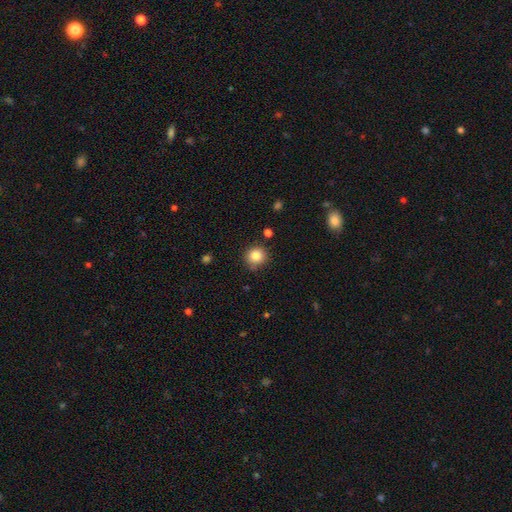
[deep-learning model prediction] The model was most divided on "merging": none: 81%, minor disturbance: 12%, merger: 4%, major disturbance: 3%. More confident: how rounded — round (90%); smooth or featured — smooth (85%).